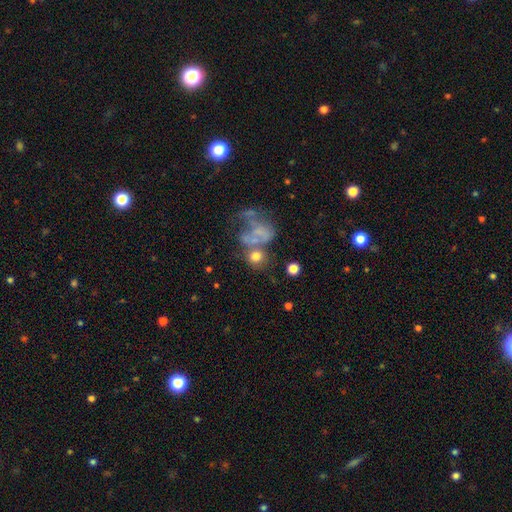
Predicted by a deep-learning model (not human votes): Smooth or featured: smooth — 54% (featured or disk — 30%)
How rounded: round — 64% (in between — 34%)
Merging: merger — 34% (none — 30%)